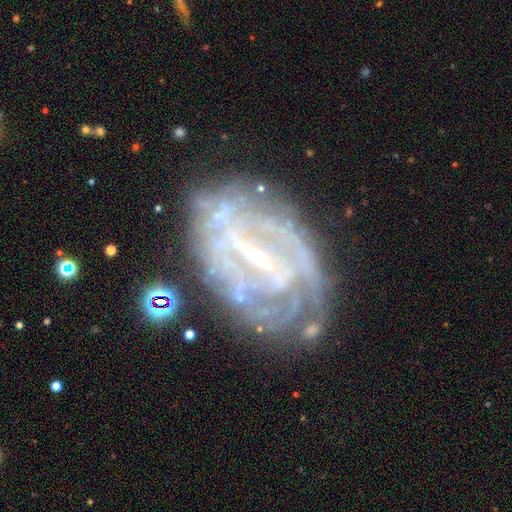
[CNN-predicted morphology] Smooth or featured: featured or disk — 84% (smooth — 8%)
Edge-on disk: no — 96% (yes — 4%)
Bar: strong — 49% (weak — 37%)
Spiral arms: yes — 80% (no — 20%)
Spiral winding: tight — 64% (medium — 26%)
Spiral arm count: can't tell — 51% (2 — 19%)
Bulge size: small — 73% (moderate — 18%)
Merging: none — 64% (minor disturbance — 21%)